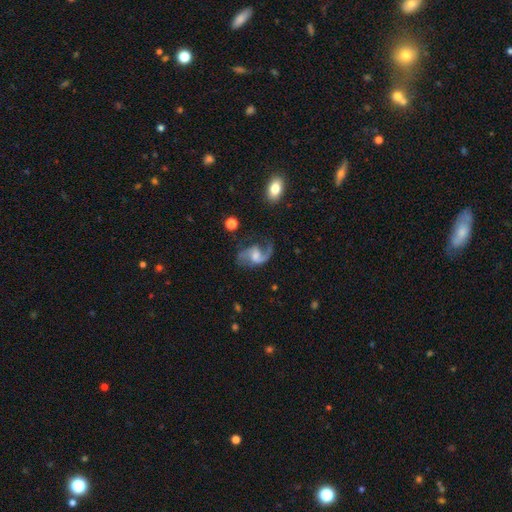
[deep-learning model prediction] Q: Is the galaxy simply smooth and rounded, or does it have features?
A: featured or disk — 84%.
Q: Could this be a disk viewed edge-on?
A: no — 98%.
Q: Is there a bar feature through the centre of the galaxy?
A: weak — 47%.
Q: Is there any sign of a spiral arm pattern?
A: yes — 95%.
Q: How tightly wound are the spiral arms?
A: loose — 62%.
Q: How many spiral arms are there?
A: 2 — 80%.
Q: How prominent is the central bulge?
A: moderate — 43%.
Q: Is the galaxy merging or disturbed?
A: none — 55%.